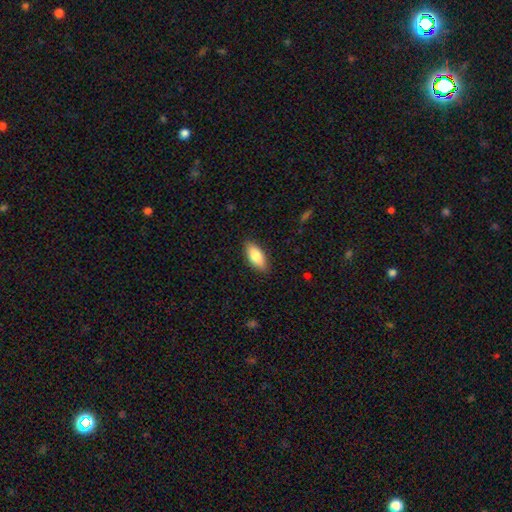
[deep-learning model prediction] This appears to be a smooth galaxy with no disk features (82%) that is in between round and cigar-shaped (85%). Merging: none (87%).